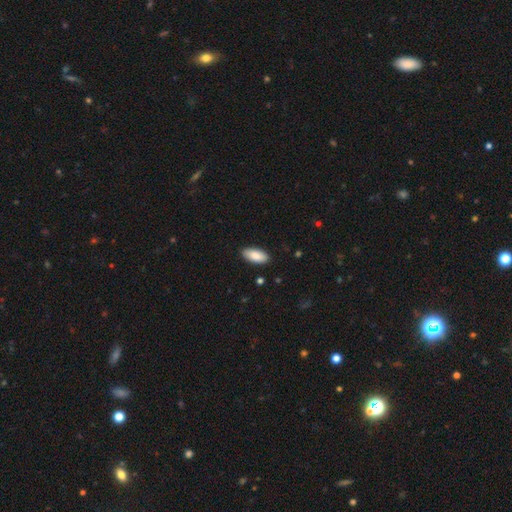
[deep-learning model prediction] This appears to be a smooth galaxy with no disk features (88%) that is in between round and cigar-shaped (89%). Merging: none (89%).